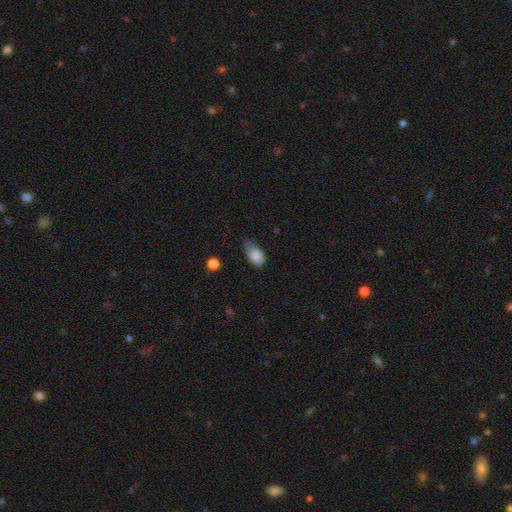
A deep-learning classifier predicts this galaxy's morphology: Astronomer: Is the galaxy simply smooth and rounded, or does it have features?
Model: smooth — 83%.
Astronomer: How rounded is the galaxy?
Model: in between — 89%.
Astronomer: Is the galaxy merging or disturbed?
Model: minor disturbance — 46% (runner-up: none, 41%).